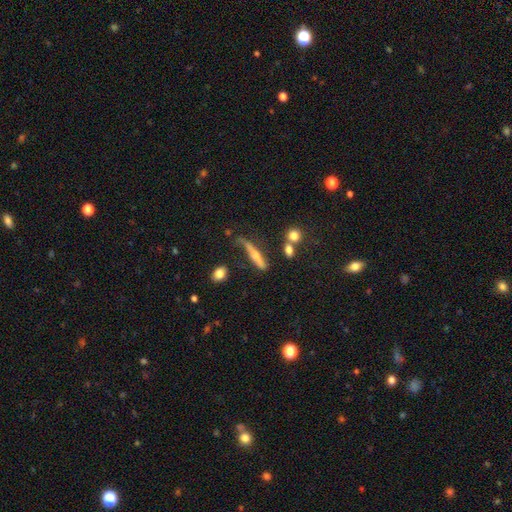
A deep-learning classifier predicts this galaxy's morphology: Q: Smooth or featured?
A: featured or disk (60%); runner-up: smooth (29%)
Q: Edge-on disk?
A: yes (88%); runner-up: no (12%)
Q: Edge-on bulge?
A: rounded (86%); runner-up: none (10%)
Q: Merging?
A: none (59%); runner-up: minor disturbance (23%)